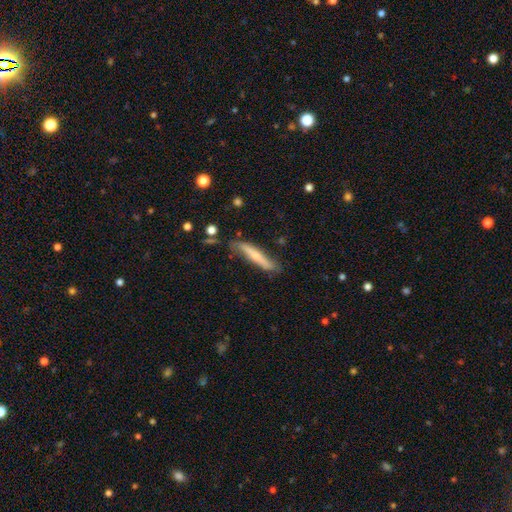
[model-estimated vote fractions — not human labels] A smooth galaxy with no disk features (57%) that is cigar-shaped (91%). Merging: none (72%).